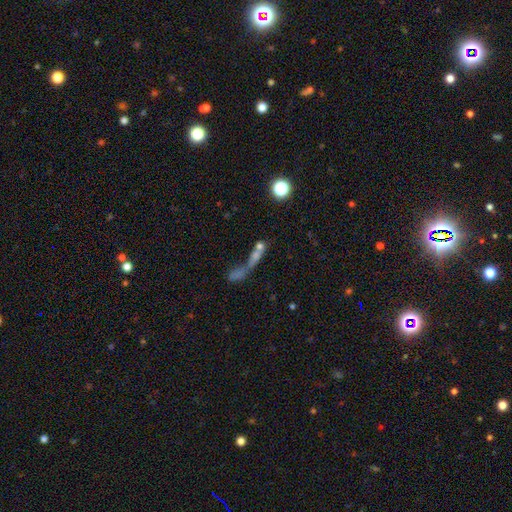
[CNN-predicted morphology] Smooth or featured? Predicted: smooth (p=0.46). Merging? Predicted: merger (p=0.54).